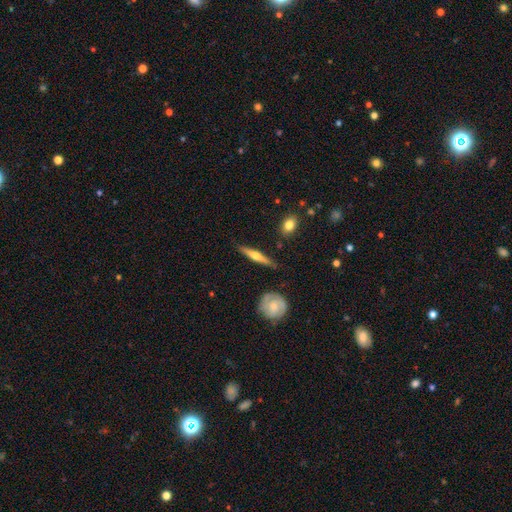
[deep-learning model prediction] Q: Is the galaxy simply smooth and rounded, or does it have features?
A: featured or disk — 62%.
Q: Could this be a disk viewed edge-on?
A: yes — 95%.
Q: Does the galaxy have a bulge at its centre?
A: rounded — 86%.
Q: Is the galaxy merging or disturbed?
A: none — 86%.